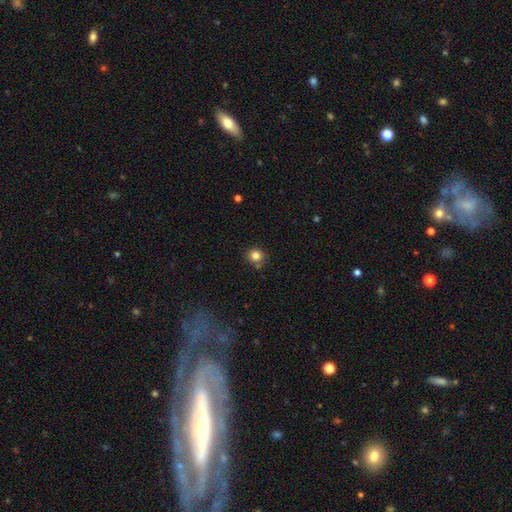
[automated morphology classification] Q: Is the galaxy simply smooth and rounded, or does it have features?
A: smooth — 83%.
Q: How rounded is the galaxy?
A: round — 89%.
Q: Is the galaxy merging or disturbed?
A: none — 80%.